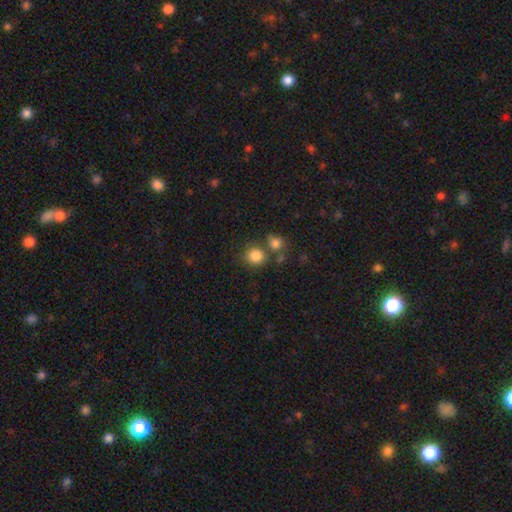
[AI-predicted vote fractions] smooth-or-featured: smooth: 84% | star or artifact: 11% | featured or disk: 5%
  how-rounded: round: 84% | in between: 15% | cigar-shaped: 1%
  merging: none: 65% | merger: 21% | minor disturbance: 10% | major disturbance: 4%